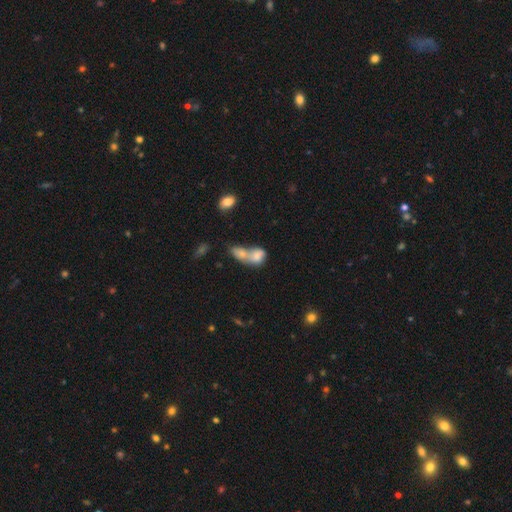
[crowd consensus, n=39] Smooth or featured?
  - smooth: 87% *
  - featured or disk: 8%
  - star or artifact: 5%
How rounded?
  - in between: 76% *
  - round: 21%
  - cigar-shaped: 3%
Merging?
  - merger: 84% *
  - none: 8%
  - major disturbance: 5%
  - minor disturbance: 3%